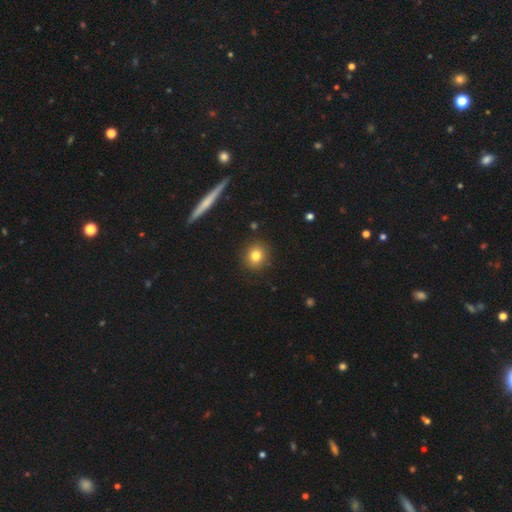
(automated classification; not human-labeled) This appears to be a smooth galaxy with no disk features (81%) that is round (86%). Merging: none (90%).